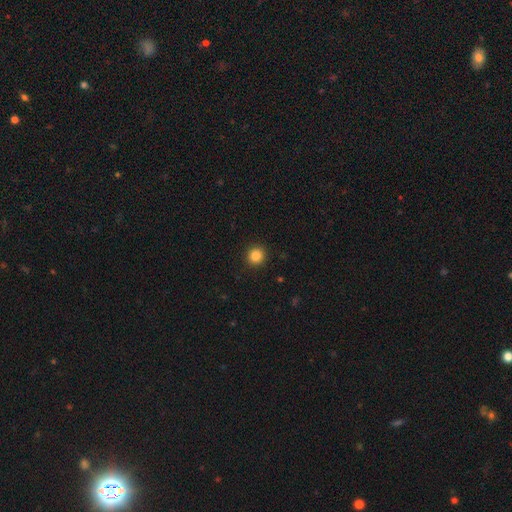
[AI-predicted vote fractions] smooth_or_featured: smooth (p=0.85) [alt: star or artifact p=0.11]
how_rounded: round (p=0.93) [alt: in between p=0.06]
merging: none (p=0.93) [alt: minor disturbance p=0.05]